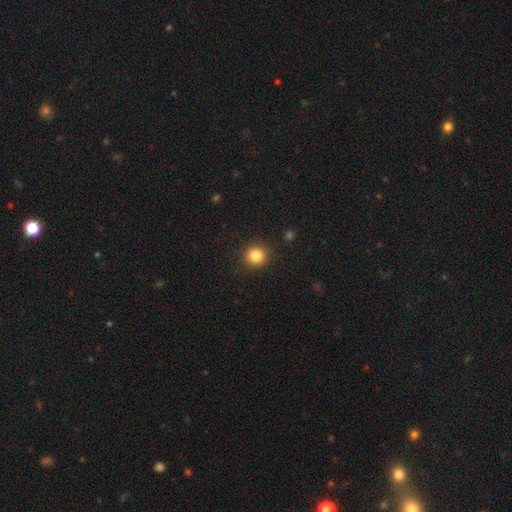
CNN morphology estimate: Smooth or featured? smooth (84%)
How rounded? round (91%)
Merging? none (91%)